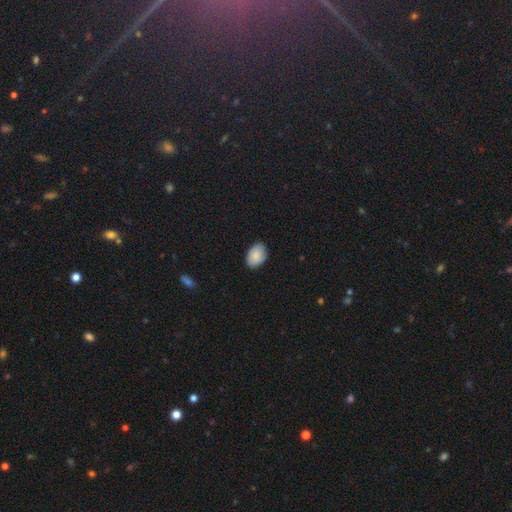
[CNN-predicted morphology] Overall: smooth (88%). How rounded: in between (86%). Merging: none (85%).